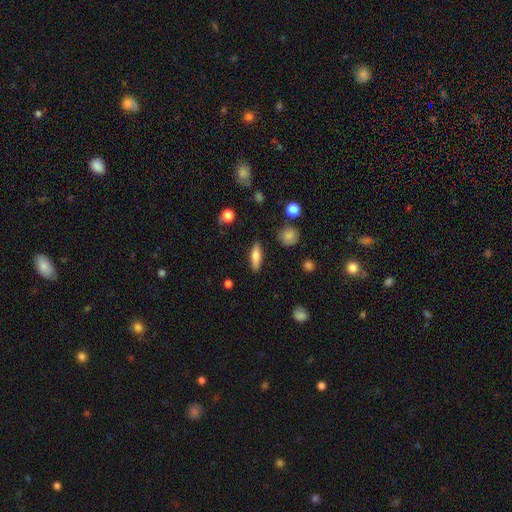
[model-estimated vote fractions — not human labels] A smooth galaxy with no disk features (68%) that is cigar-shaped (55%).

Vote fractions:
- Smooth or featured? smooth: 68% / featured or disk: 25% / star or artifact: 7%
- How rounded? cigar-shaped: 55% / in between: 41% / round: 4%
- Merging? none: 87% / minor disturbance: 9% / major disturbance: 2% / merger: 2%